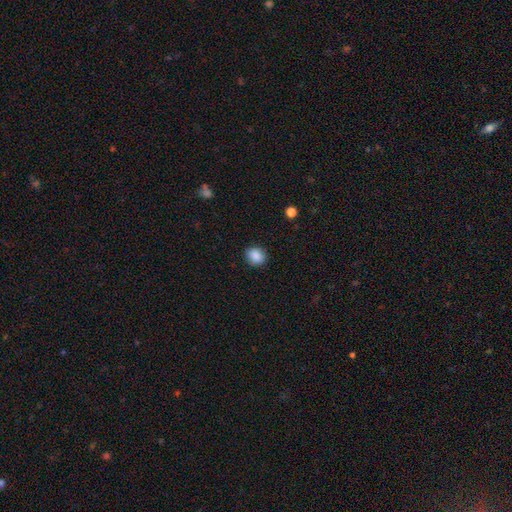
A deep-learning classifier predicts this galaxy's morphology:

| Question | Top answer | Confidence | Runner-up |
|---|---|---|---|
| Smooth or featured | smooth | 87% | star or artifact (9%) |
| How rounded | round | 69% | in between (30%) |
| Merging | none | 89% | minor disturbance (8%) |